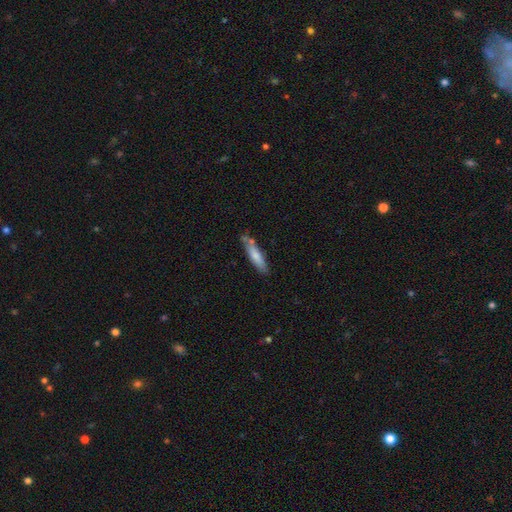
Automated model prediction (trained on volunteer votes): smooth 73%, featured or disk 22%, star or artifact 6%. Down the decision tree: how rounded — cigar-shaped (79%); merging — none (68%).